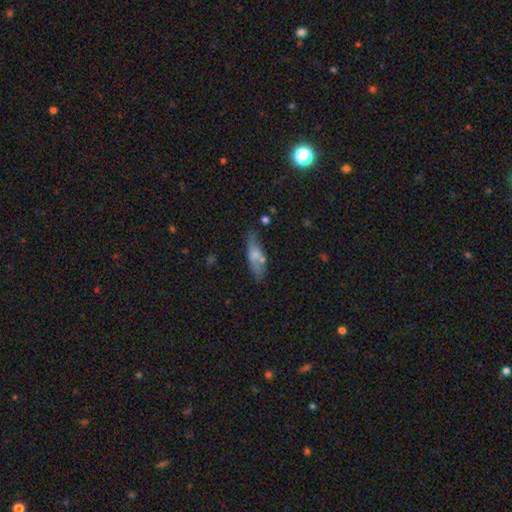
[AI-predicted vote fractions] Smooth or featured? Predicted: smooth (p=0.64). How rounded? Predicted: in between (p=0.55). Merging? Predicted: none (p=0.61).